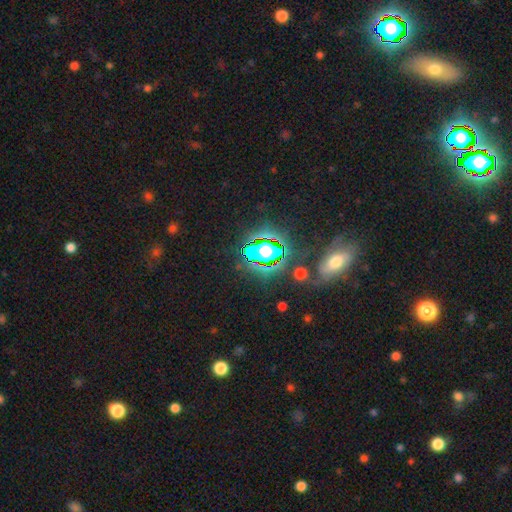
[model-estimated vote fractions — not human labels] Smooth or featured? star or artifact (71%)